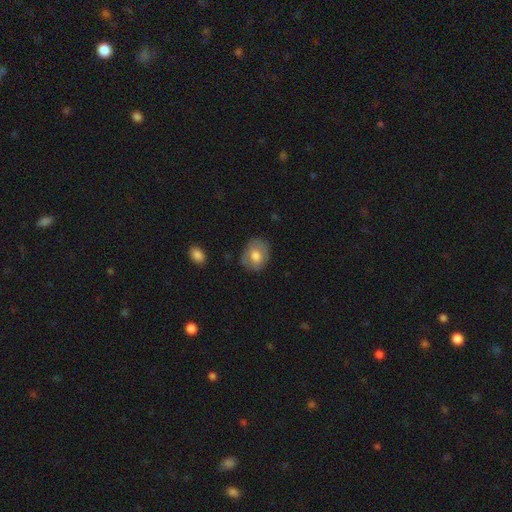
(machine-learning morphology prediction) Smooth or featured: smooth — 67% (featured or disk — 26%)
How rounded: round — 51% (in between — 48%)
Merging: none — 78% (minor disturbance — 16%)